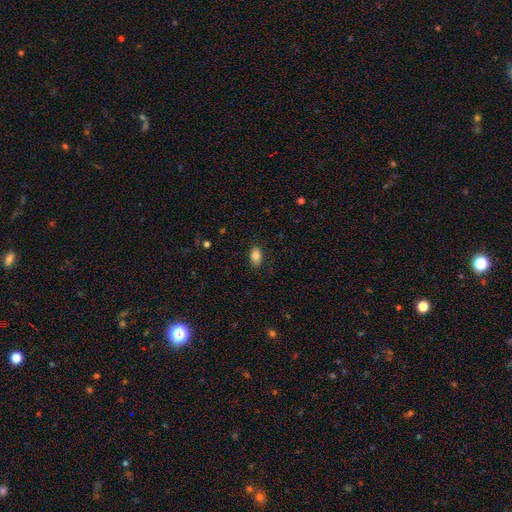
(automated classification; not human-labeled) smooth_or_featured: smooth (p=0.86) [alt: star or artifact p=0.08]
how_rounded: in between (p=0.88) [alt: round p=0.10]
merging: none (p=0.85) [alt: minor disturbance p=0.11]